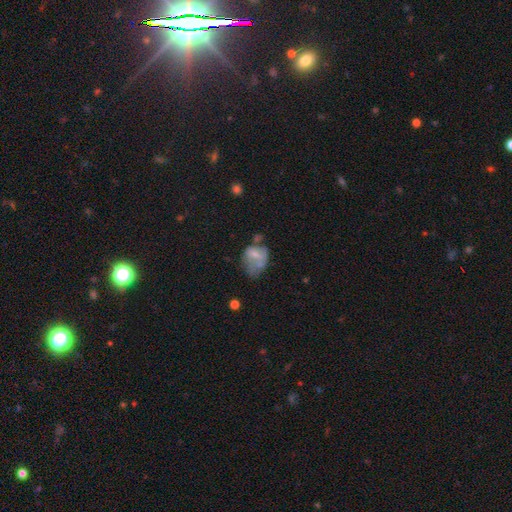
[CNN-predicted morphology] Smooth or featured?
  - smooth: 52% *
  - featured or disk: 38%
  - star or artifact: 10%
How rounded?
  - in between: 66% *
  - round: 32%
  - cigar-shaped: 1%
Merging?
  - major disturbance: 35% *
  - minor disturbance: 28%
  - none: 23%
  - merger: 13%